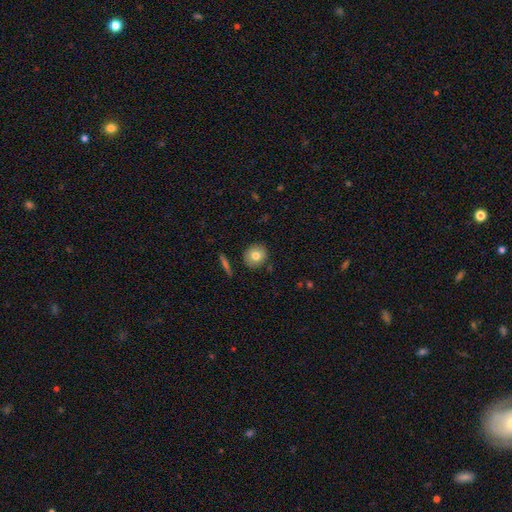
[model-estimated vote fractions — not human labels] This is likely a smooth galaxy (76%). How rounded: clearly round (84%). Merging: clearly none (87%).